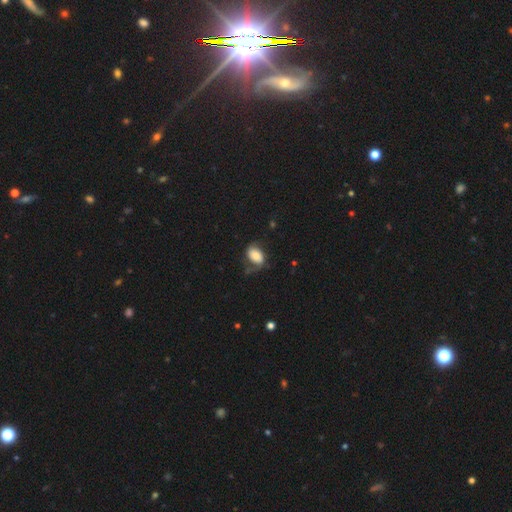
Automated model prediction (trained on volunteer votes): Smooth or featured: smooth — 62% (featured or disk — 30%)
How rounded: in between — 86% (round — 12%)
Merging: none — 47% (minor disturbance — 26%)